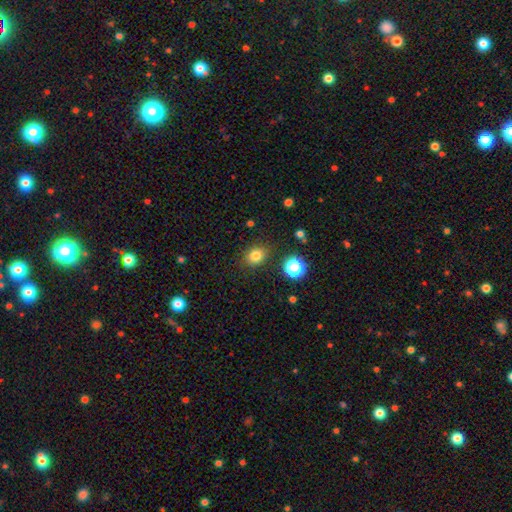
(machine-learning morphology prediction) Smooth or featured? Predicted: smooth (p=0.80). How rounded? Predicted: round (p=0.61). Merging? Predicted: none (p=0.85).